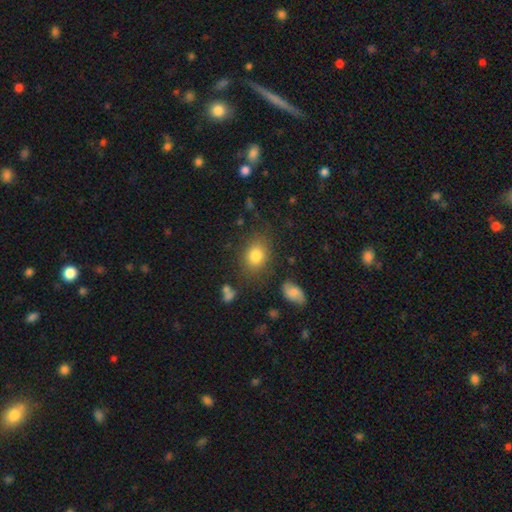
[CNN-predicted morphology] Smooth or featured? smooth (81%)
How rounded? in between (57%)
Merging? none (78%)